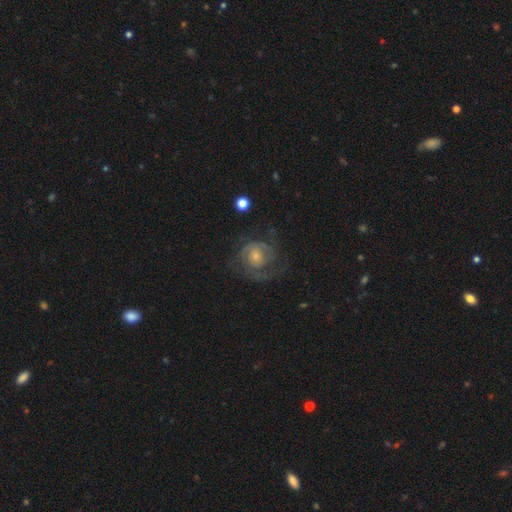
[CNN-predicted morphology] Smooth or featured? featured or disk (71%)
Edge-on disk? no (98%)
Bar? no (70%)
Spiral arms? yes (87%)
Spiral winding? tight (48%)
Spiral arm count? 2 (41%)
Bulge size? small (46%)
Merging? none (65%)